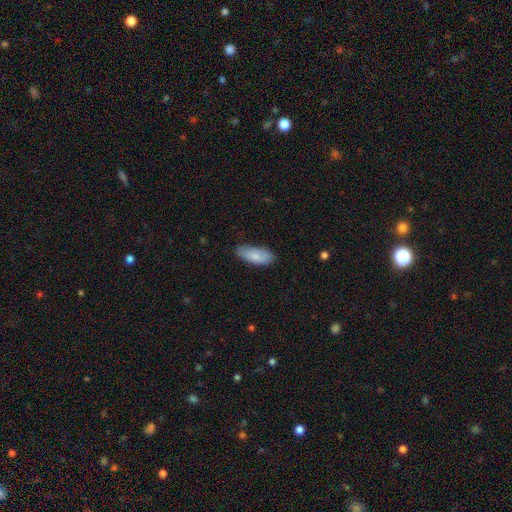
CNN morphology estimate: The model was most divided on "merging": none: 73%, minor disturbance: 22%, major disturbance: 3%, merger: 1%. More confident: how rounded — in between (83%); smooth or featured — smooth (82%).